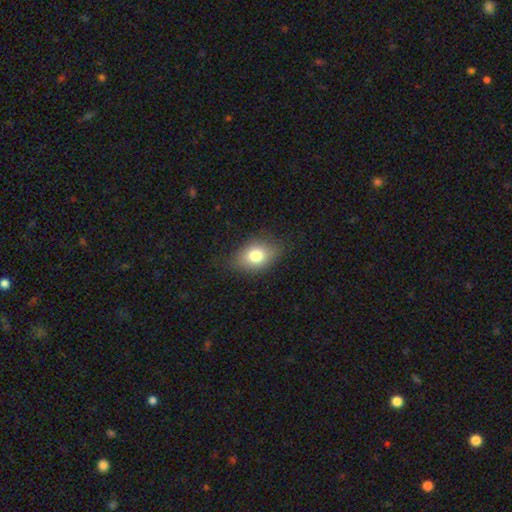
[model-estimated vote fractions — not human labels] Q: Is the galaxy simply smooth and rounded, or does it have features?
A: smooth — 77%.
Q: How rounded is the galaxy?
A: in between — 77%.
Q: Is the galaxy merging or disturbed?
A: none — 77%.